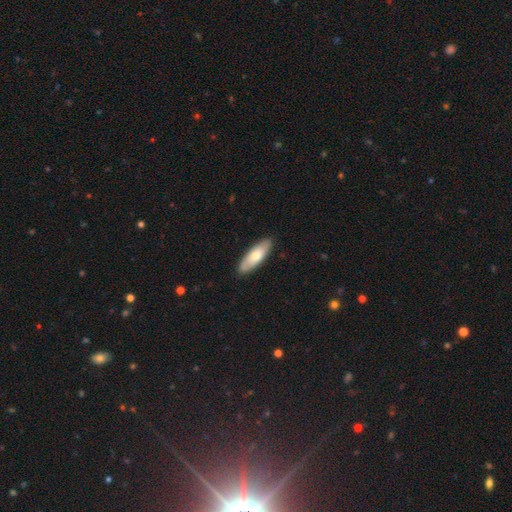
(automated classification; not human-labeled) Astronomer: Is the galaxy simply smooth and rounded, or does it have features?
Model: smooth — 70%.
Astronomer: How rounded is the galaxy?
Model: in between — 59% (runner-up: cigar-shaped, 39%).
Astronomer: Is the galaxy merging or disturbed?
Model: none — 88%.